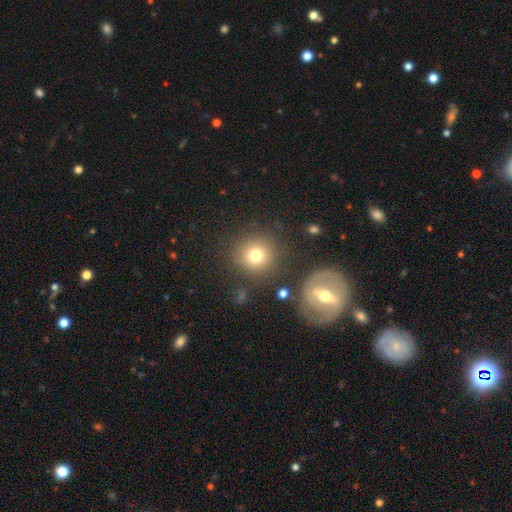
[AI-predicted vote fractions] Smooth or featured? Predicted: smooth (p=0.77). How rounded? Predicted: round (p=0.92). Merging? Predicted: none (p=0.83).